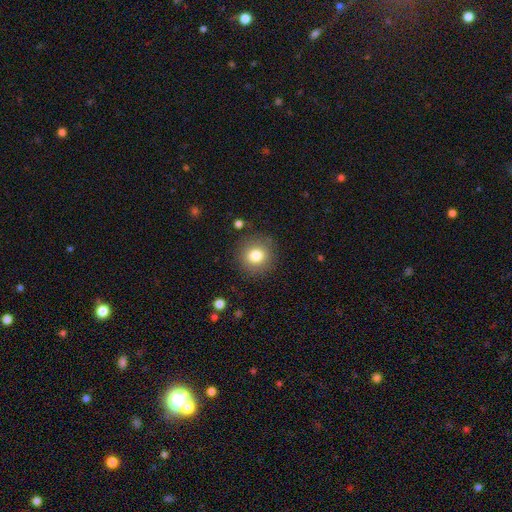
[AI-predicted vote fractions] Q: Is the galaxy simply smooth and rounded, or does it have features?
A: smooth — 80%.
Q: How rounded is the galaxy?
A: round — 90%.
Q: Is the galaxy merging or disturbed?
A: none — 87%.